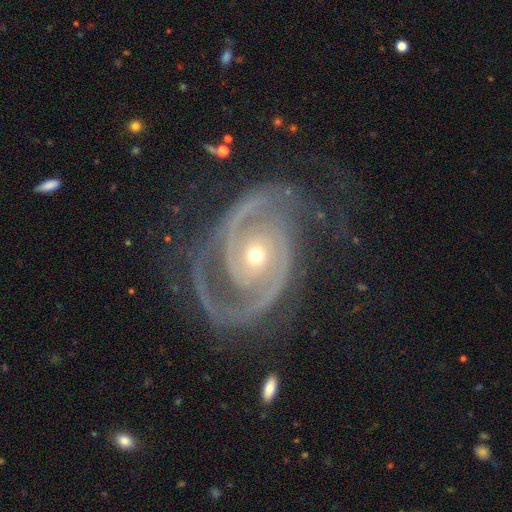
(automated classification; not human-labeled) The model was most divided on "spiral winding": tight: 52%, medium: 40%, loose: 7%. More confident: spiral arms — yes (98%); edge-on disk — no (97%); smooth or featured — featured or disk (92%); spiral arm count — 2 (84%); bar — no (70%); merging — none (66%); bulge size — small (60%).